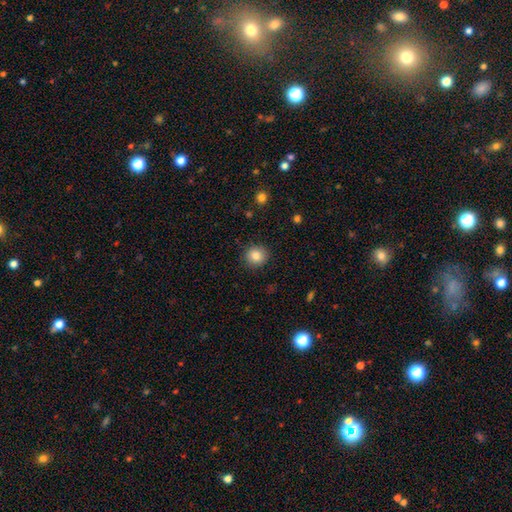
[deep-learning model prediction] Overall: smooth (84%). How rounded: round (90%). Merging: none (89%).